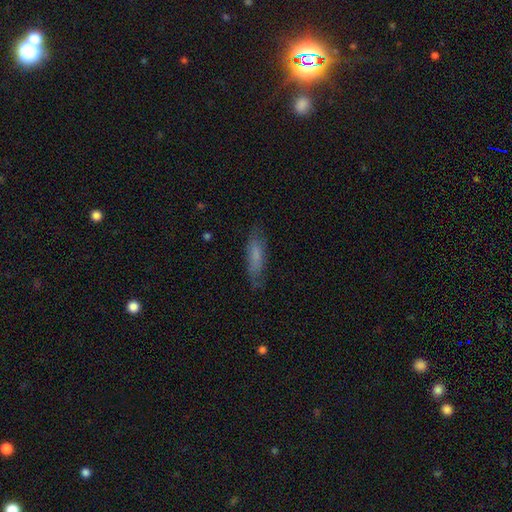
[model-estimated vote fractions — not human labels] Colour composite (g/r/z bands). It shows a smooth galaxy with no disk features (68%) that is cigar-shaped (59%). Merging: none (75%).